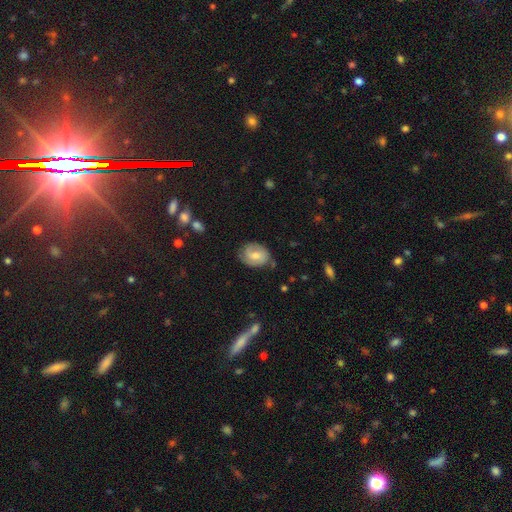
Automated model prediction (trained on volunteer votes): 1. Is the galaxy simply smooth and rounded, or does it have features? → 51% smooth, 41% featured or disk, 8% star or artifact.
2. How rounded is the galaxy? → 61% in between, 38% round, 1% cigar-shaped.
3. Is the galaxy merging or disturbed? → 68% none, 24% minor disturbance, 6% major disturbance, 2% merger.